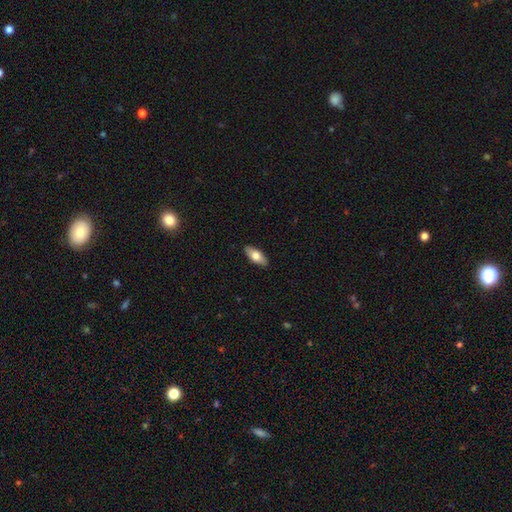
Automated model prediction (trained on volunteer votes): Overall: smooth (73%). How rounded: in between (83%). Merging: none (89%).